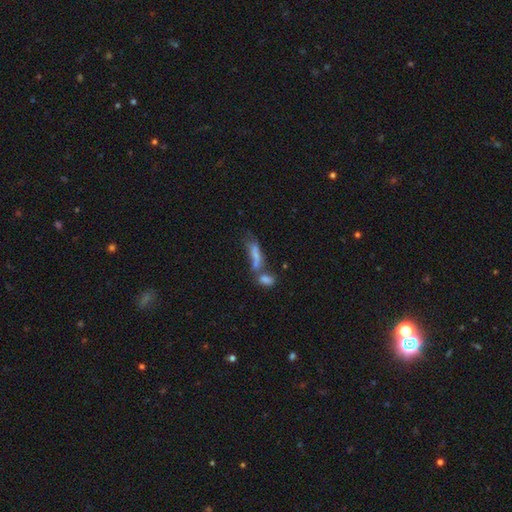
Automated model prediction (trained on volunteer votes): Smooth or featured: smooth — 54% (featured or disk — 28%)
How rounded: cigar-shaped — 58% (in between — 37%)
Merging: merger — 51% (none — 30%)